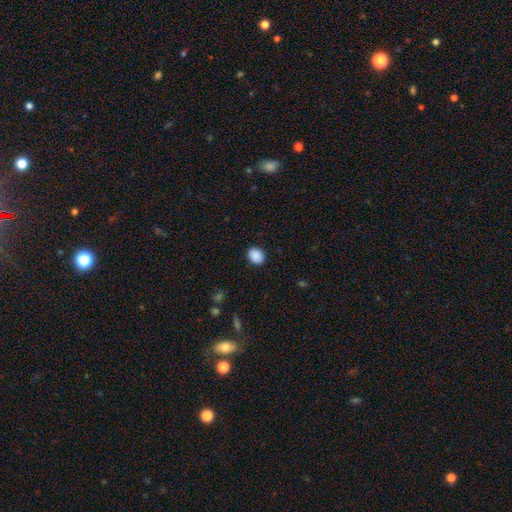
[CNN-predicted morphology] type=smooth (90%); roundness=round (53%); merging=none (89%).